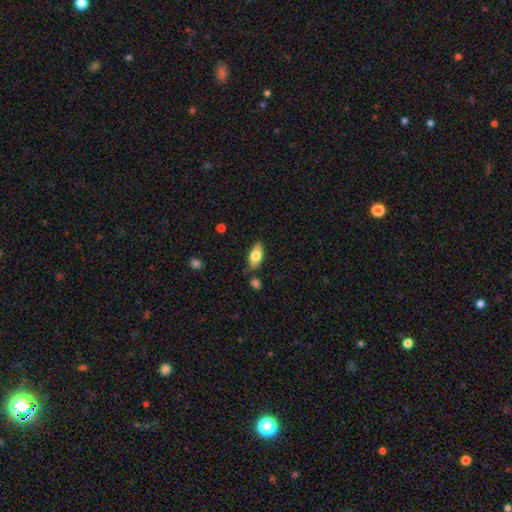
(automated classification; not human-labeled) smooth_or_featured: smooth (p=0.73) [alt: featured or disk p=0.20]
how_rounded: in between (p=0.87) [alt: cigar-shaped p=0.10]
merging: none (p=0.77) [alt: minor disturbance p=0.15]